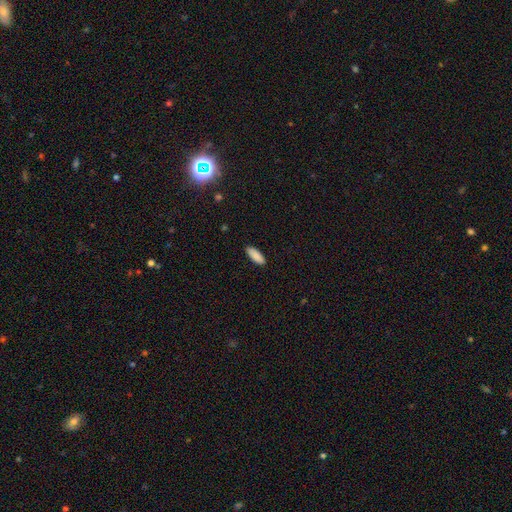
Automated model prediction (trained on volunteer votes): This appears to be a smooth galaxy with no disk features (89%) that is in between round and cigar-shaped (67%). Merging: none (89%).